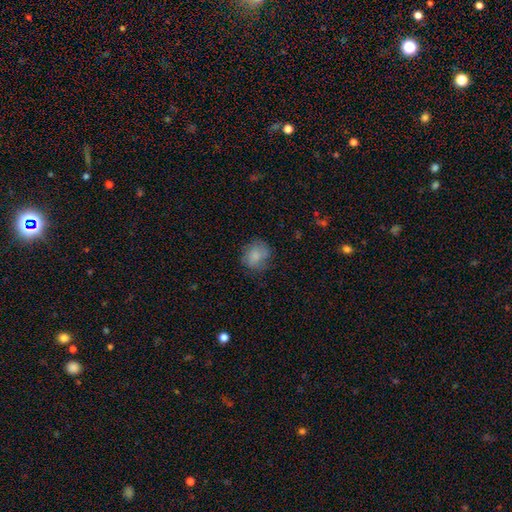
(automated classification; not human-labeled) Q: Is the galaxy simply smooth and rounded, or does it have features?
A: smooth — 79%.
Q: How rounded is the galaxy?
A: round — 78%.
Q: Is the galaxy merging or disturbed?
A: none — 72%.